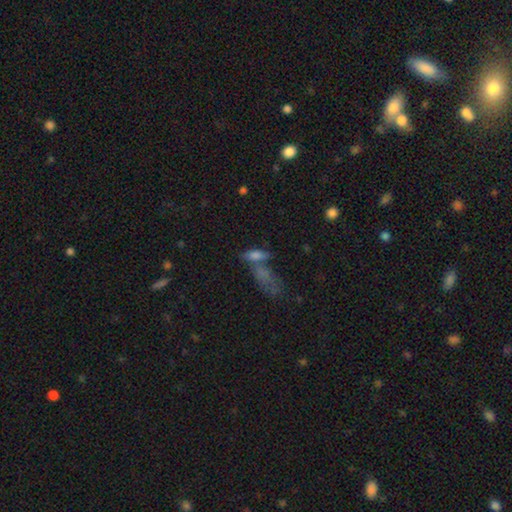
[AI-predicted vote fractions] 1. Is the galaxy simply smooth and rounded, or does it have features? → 69% smooth, 19% featured or disk, 12% star or artifact.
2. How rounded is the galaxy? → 65% in between, 30% cigar-shaped, 5% round.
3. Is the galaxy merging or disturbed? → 40% none, 38% merger, 14% minor disturbance, 8% major disturbance.